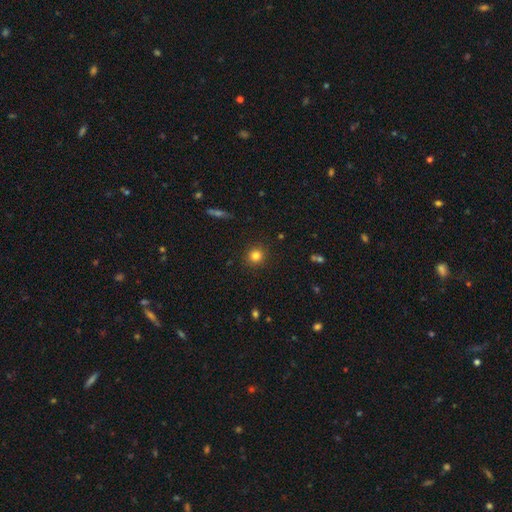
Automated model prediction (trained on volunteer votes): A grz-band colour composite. It shows a smooth galaxy with no disk features (82%) that is round (91%). Merging: none (91%).